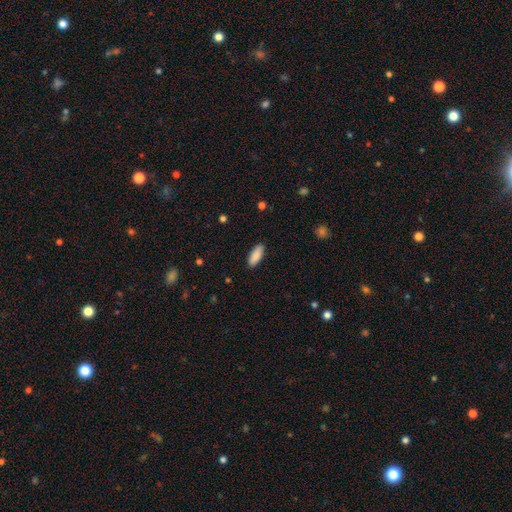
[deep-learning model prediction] This is clearly a smooth galaxy (88%). How rounded: likely in between (76%). Merging: clearly none (89%).